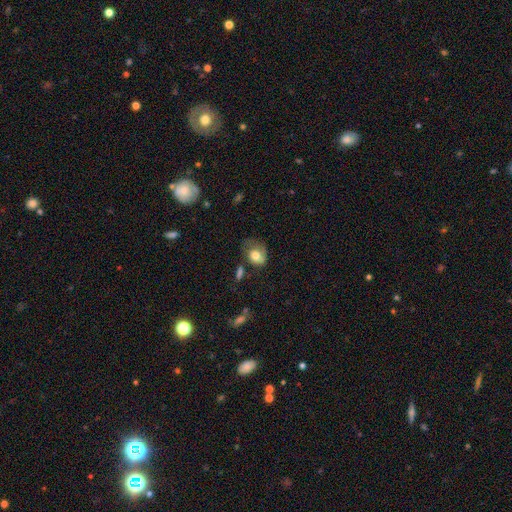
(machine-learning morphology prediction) smooth 69%, featured or disk 23%, star or artifact 8%. Down the decision tree: how rounded — in between (56%); merging — none (35%).